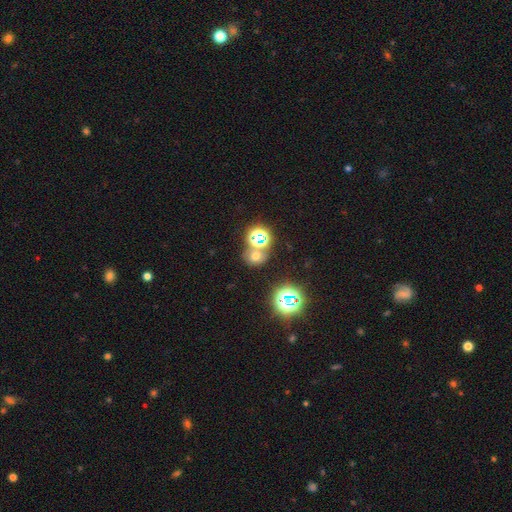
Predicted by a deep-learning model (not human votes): Q: Smooth or featured?
A: smooth (51%); runner-up: star or artifact (39%)
Q: How rounded?
A: round (71%); runner-up: in between (28%)
Q: Merging?
A: none (61%); runner-up: merger (25%)